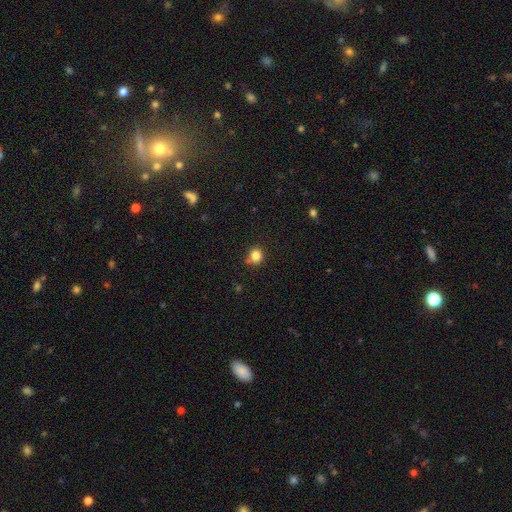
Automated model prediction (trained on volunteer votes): smooth 83%, star or artifact 12%, featured or disk 5%. Down the decision tree: how rounded — round (83%); merging — none (74%).